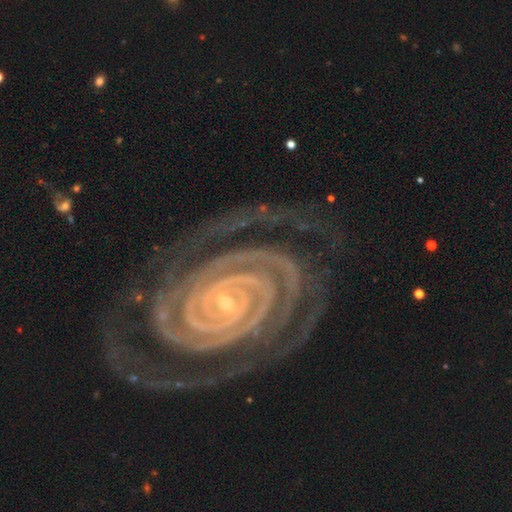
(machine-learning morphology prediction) featured or disk 94%, star or artifact 4%, smooth 2%. Down the decision tree: edge-on disk — no (98%); bar — no (42%); spiral arms — yes (99%); spiral arm count — 2 (56%); spiral winding — tight (89%); bulge size — small (84%); merging — none (76%).